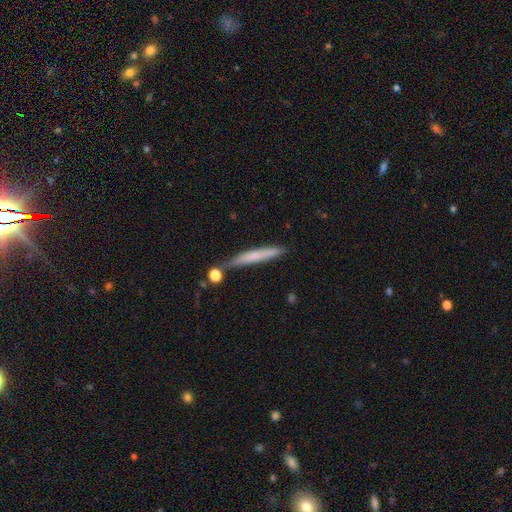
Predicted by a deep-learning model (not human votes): Morphology: type=smooth (60%); roundness=cigar-shaped (95%); merging=none (75%).